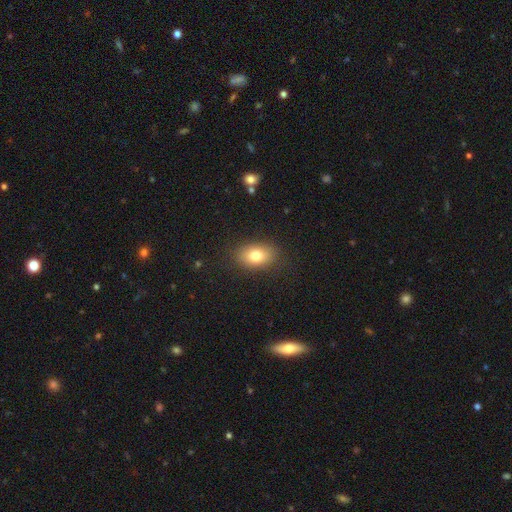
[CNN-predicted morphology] Smooth or featured? smooth (79%)
How rounded? in between (84%)
Merging? none (86%)